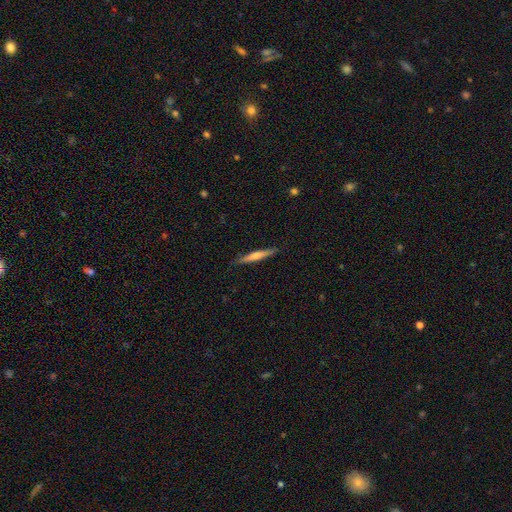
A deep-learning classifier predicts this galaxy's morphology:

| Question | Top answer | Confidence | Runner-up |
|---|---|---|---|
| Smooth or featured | featured or disk | 49% | smooth (45%) |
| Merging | none | 88% | minor disturbance (9%) |